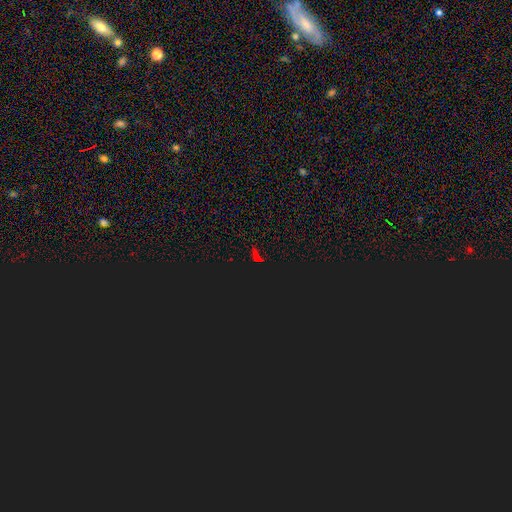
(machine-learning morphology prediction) smooth_or_featured: star or artifact (p=0.74) [alt: smooth p=0.17]